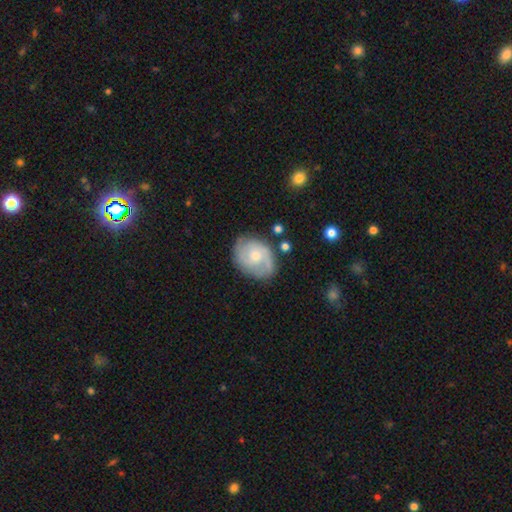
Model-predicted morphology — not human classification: A featured or disk galaxy (67%) with no bar (69%), 2 (53%) tight (45%) spiral arms (86%) and a moderate central bulge (51%).

Vote fractions:
- Smooth or featured? featured or disk: 67% / smooth: 27% / star or artifact: 6%
- Edge-on disk? no: 97% / yes: 3%
- Bar? no: 69% / weak: 28% / strong: 4%
- Spiral arms? yes: 86% / no: 14%
- Spiral winding? tight: 45% / medium: 40% / loose: 15%
- Spiral arm count? 2: 53% / can't tell: 25% / 3: 11% / 1: 5% / 4: 3% / more than 4: 3%
- Bulge size? moderate: 51% / small: 44% / large: 3% / none: 2% / dominant: 1%
- Merging? none: 71% / minor disturbance: 20% / major disturbance: 6% / merger: 3%